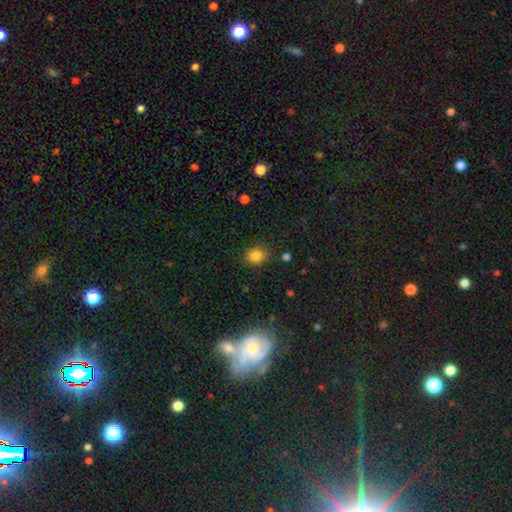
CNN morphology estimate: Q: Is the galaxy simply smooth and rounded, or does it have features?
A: smooth — 83%.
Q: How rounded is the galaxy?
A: round — 66%.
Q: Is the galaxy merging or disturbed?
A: none — 83%.